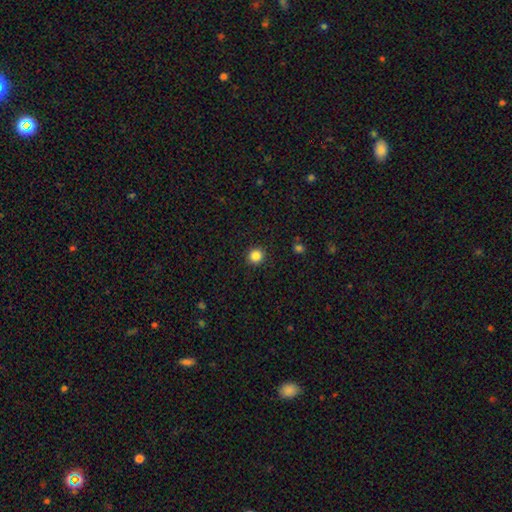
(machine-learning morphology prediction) This appears to be a smooth galaxy with no disk features (85%) that is round (93%). Merging: none (92%).